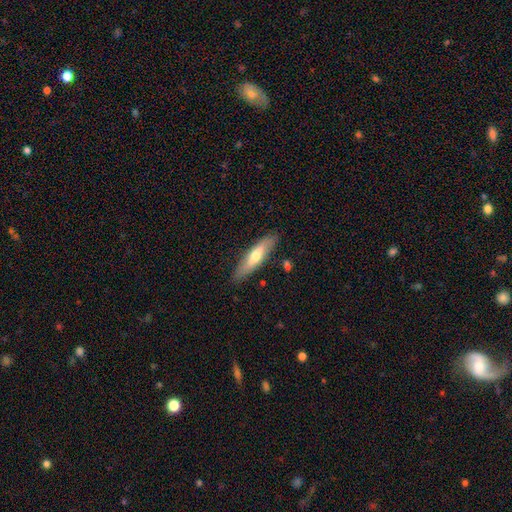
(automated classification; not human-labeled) Smooth or featured? smooth (55%)
How rounded? cigar-shaped (69%)
Merging? none (84%)